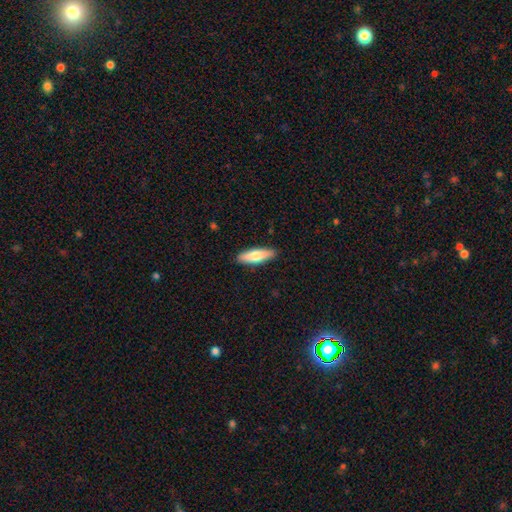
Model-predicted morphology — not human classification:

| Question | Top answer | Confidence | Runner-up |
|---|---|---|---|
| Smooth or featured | smooth | 69% | featured or disk (26%) |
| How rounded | cigar-shaped | 59% | in between (39%) |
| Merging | none | 89% | minor disturbance (8%) |